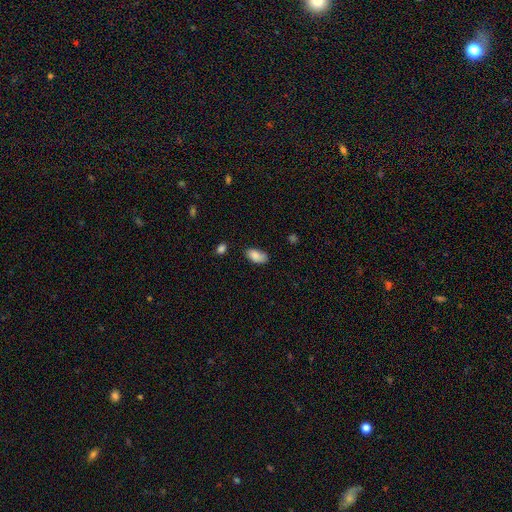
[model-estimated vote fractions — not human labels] Morphology: type=smooth (86%); roundness=in between (94%); merging=none (66%).